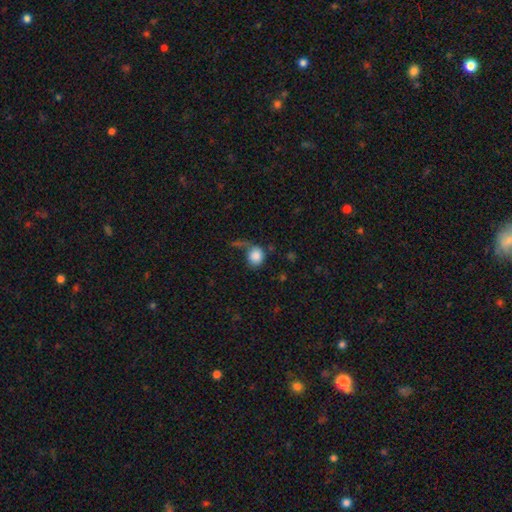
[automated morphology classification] Smooth or featured? smooth (83%)
How rounded? round (70%)
Merging? none (40%)